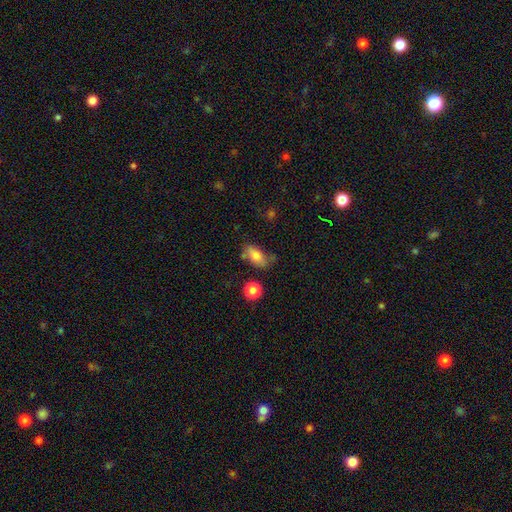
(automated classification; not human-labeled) Smooth or featured?
  - smooth: 77% *
  - featured or disk: 14%
  - star or artifact: 9%
How rounded?
  - in between: 86% *
  - cigar-shaped: 7%
  - round: 7%
Merging?
  - none: 59% *
  - minor disturbance: 26%
  - major disturbance: 8%
  - merger: 7%